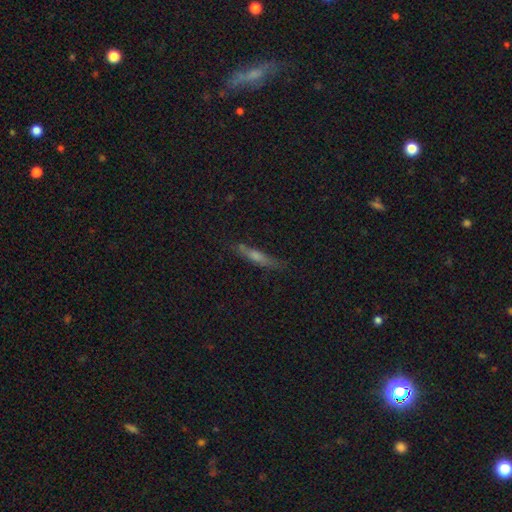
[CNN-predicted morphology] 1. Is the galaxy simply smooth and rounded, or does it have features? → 50% featured or disk, 39% smooth, 12% star or artifact.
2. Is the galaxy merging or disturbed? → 82% none, 13% minor disturbance, 3% major disturbance, 2% merger.